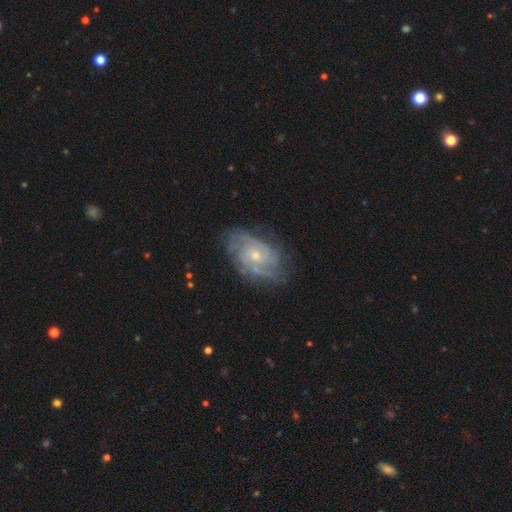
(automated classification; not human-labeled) Q: Smooth or featured?
A: featured or disk (83%); runner-up: smooth (11%)
Q: Edge-on disk?
A: no (97%); runner-up: yes (3%)
Q: Bar?
A: no (76%); runner-up: weak (21%)
Q: Spiral arms?
A: yes (94%); runner-up: no (6%)
Q: Spiral winding?
A: tight (56%); runner-up: medium (35%)
Q: Spiral arm count?
A: can't tell (34%); runner-up: 2 (21%)
Q: Bulge size?
A: small (61%); runner-up: moderate (35%)
Q: Merging?
A: none (72%); runner-up: minor disturbance (19%)